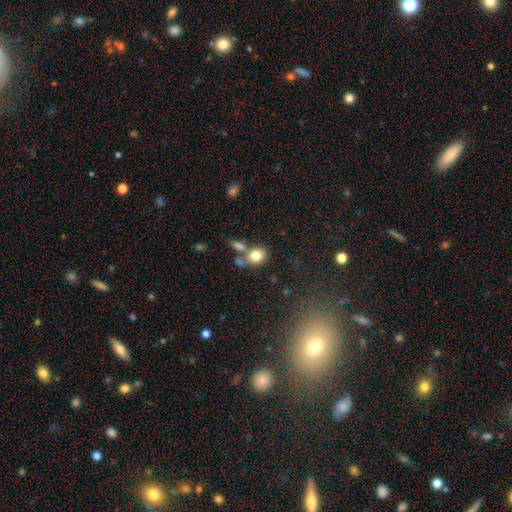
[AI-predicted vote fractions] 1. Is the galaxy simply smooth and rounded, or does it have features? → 80% smooth, 10% featured or disk, 10% star or artifact.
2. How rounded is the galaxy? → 61% round, 38% in between, 1% cigar-shaped.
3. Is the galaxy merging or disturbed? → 54% none, 28% merger, 12% minor disturbance, 5% major disturbance.